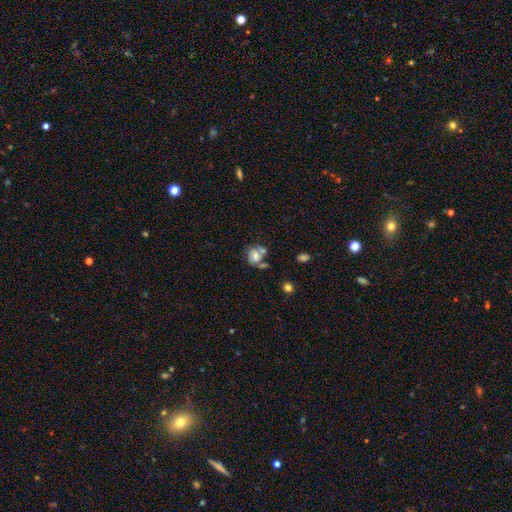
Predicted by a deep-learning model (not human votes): smooth 55%, featured or disk 34%, star or artifact 11%. Down the decision tree: how rounded — round (54%); merging — merger (37%).